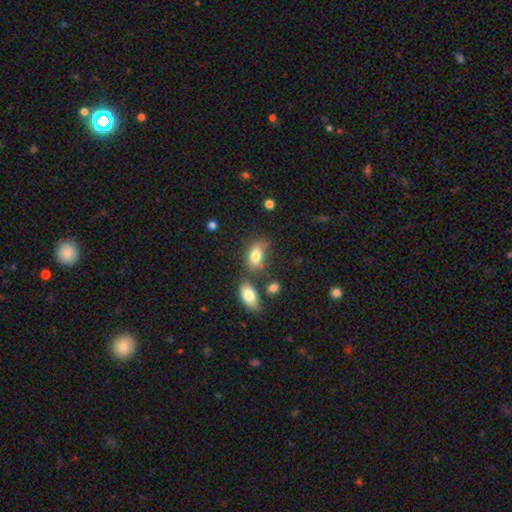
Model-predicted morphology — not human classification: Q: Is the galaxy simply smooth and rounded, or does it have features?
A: smooth — 81%.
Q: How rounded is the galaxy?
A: in between — 89%.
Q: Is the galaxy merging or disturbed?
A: none — 56%.